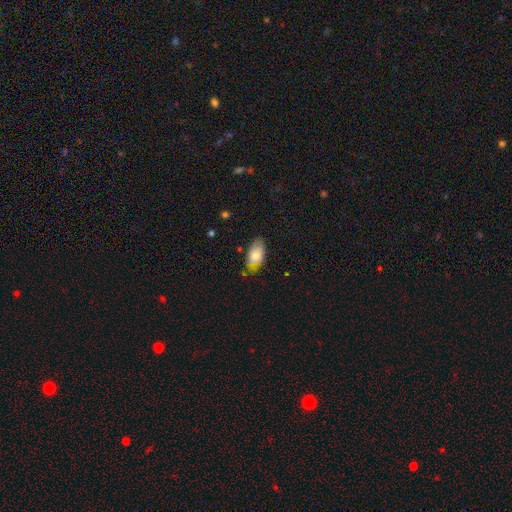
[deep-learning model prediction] Smooth or featured: smooth — 73% (featured or disk — 20%)
How rounded: in between — 93% (cigar-shaped — 3%)
Merging: none — 70% (minor disturbance — 23%)